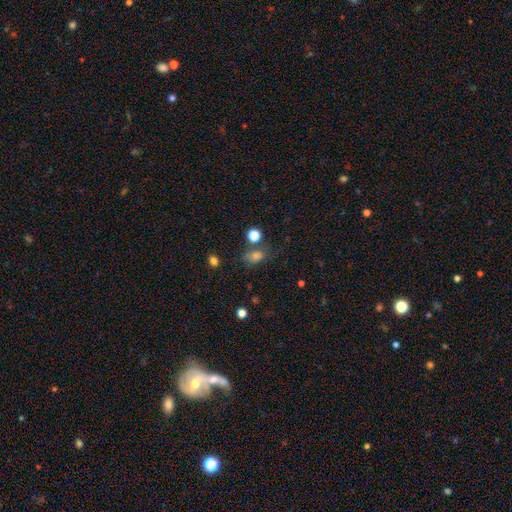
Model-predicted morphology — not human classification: A smooth galaxy with no disk features (65%) that is in between round and cigar-shaped (67%).

Vote fractions:
- Smooth or featured? smooth: 65% / star or artifact: 24% / featured or disk: 11%
- How rounded? in between: 67% / round: 30% / cigar-shaped: 3%
- Merging? none: 55% / minor disturbance: 21% / major disturbance: 12% / merger: 12%